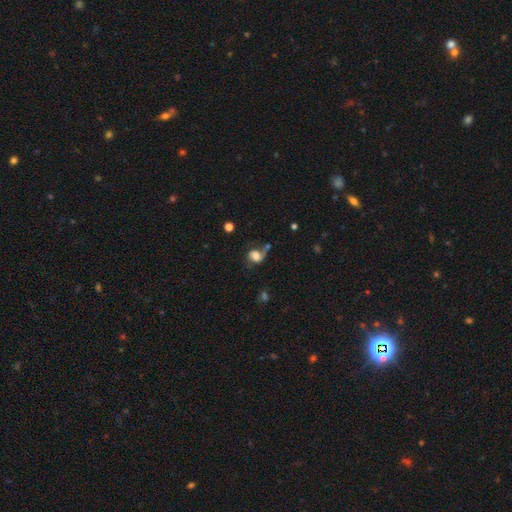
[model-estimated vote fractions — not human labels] The model was most divided on "how rounded": round: 53%, in between: 46%, cigar-shaped: 1%. Remaining: smooth or featured — smooth (51%); merging — none (37%).